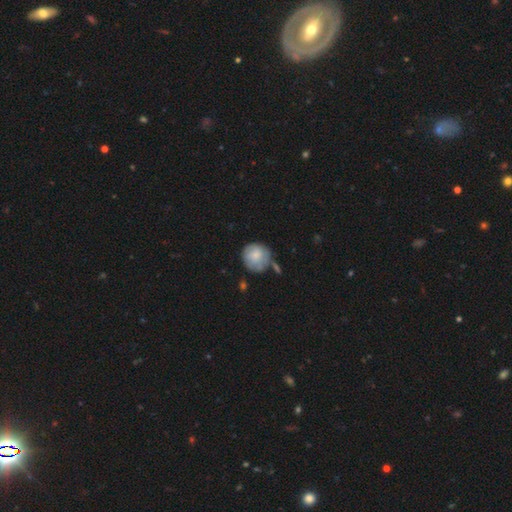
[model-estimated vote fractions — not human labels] Smooth or featured? smooth (72%)
How rounded? round (91%)
Merging? none (60%)